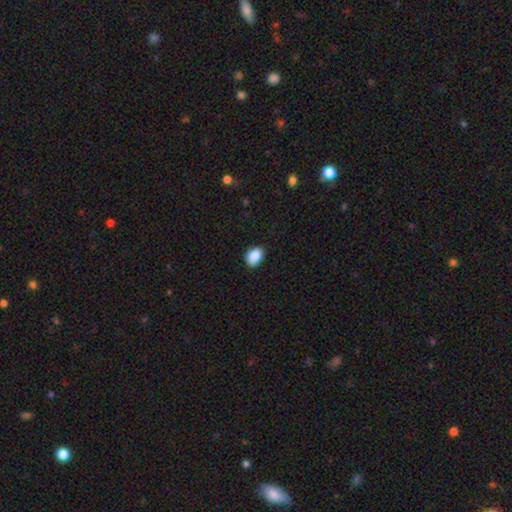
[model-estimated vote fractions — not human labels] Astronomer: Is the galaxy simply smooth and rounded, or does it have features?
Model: smooth — 87%.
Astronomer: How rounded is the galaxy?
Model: in between — 77%.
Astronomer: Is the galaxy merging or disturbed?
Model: none — 76%.